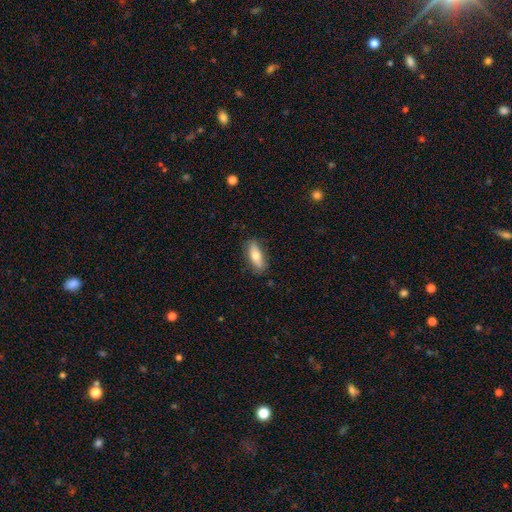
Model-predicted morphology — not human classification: Smooth or featured?
  - smooth: 69% *
  - featured or disk: 24%
  - star or artifact: 6%
How rounded?
  - in between: 68% *
  - cigar-shaped: 29%
  - round: 3%
Merging?
  - none: 82% *
  - minor disturbance: 14%
  - major disturbance: 3%
  - merger: 1%